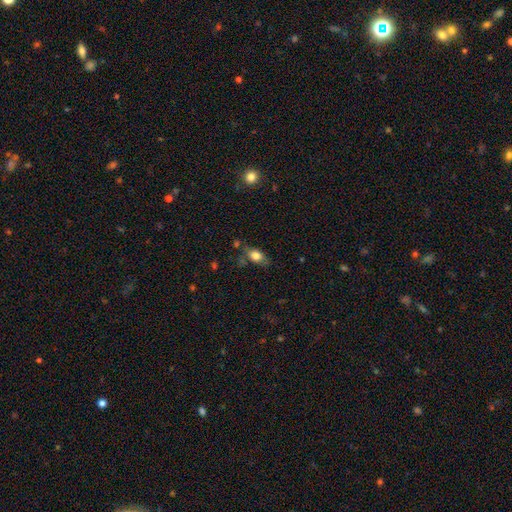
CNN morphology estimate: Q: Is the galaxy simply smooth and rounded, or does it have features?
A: smooth — 77%.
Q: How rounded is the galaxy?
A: in between — 78%.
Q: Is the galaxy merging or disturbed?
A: none — 60%.